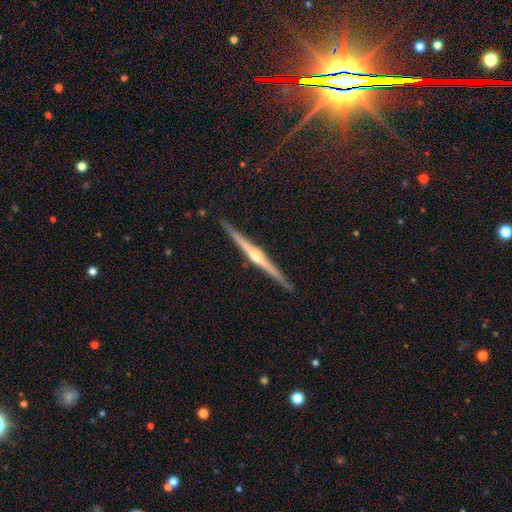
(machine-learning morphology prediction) A featured or disk galaxy (86%) viewed edge-on (99%) with a rounded central bulge (89%).

Vote fractions:
- Smooth or featured? featured or disk: 86% / smooth: 8% / star or artifact: 6%
- Edge-on disk? yes: 99% / no: 1%
- Edge-on bulge? rounded: 89% / none: 6% / boxy: 5%
- Merging? none: 92% / minor disturbance: 5% / major disturbance: 1% / merger: 1%